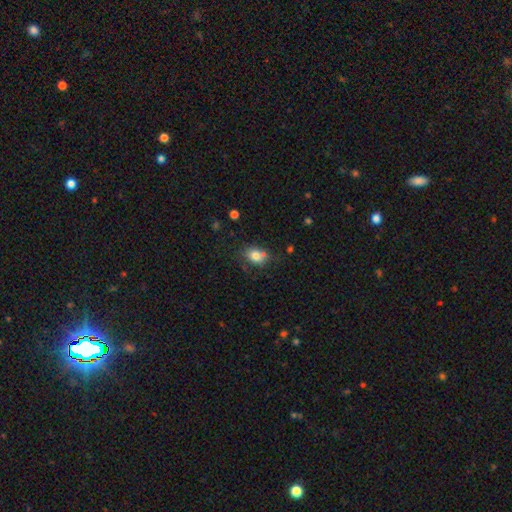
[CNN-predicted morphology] A smooth galaxy with no disk features (79%) that is in between round and cigar-shaped (62%). Merging: none (62%).